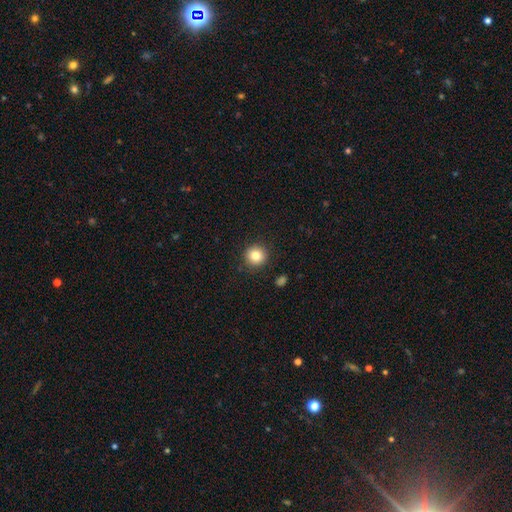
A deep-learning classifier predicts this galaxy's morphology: Overall: smooth (83%). How rounded: round (93%). Merging: none (91%).